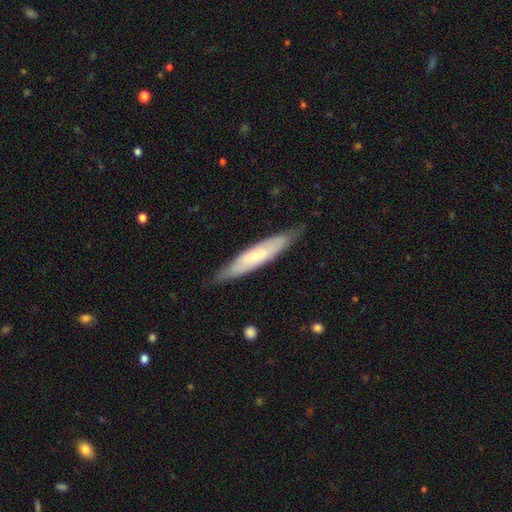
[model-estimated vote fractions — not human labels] Smooth or featured?
  - smooth: 48% *
  - featured or disk: 46%
  - star or artifact: 6%
Merging?
  - none: 83% *
  - minor disturbance: 13%
  - major disturbance: 2%
  - merger: 1%